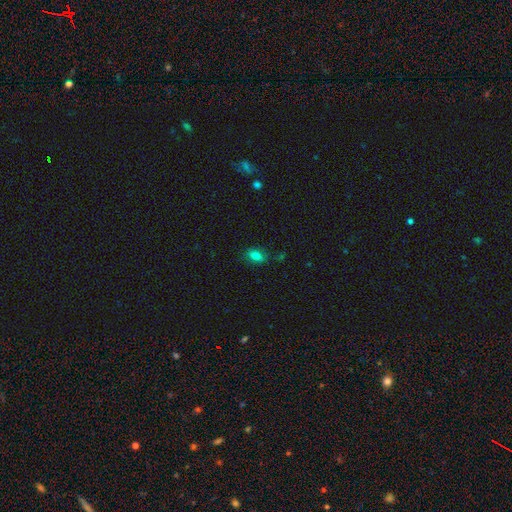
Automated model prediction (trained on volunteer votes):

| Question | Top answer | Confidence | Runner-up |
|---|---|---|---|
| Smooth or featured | smooth | 77% | star or artifact (13%) |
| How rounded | in between | 81% | round (13%) |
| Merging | none | 79% | minor disturbance (15%) |